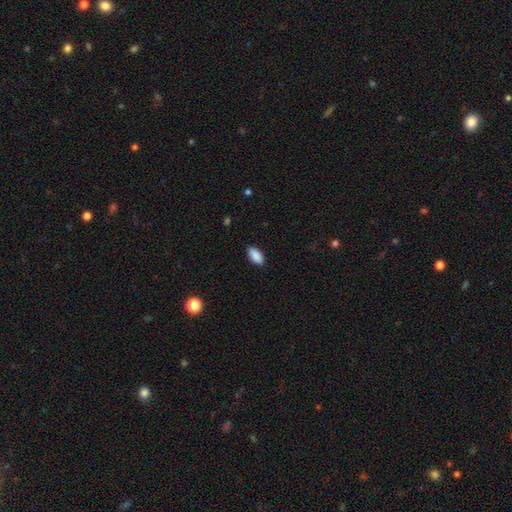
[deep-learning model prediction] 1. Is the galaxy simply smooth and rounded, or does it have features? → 90% smooth, 7% star or artifact, 3% featured or disk.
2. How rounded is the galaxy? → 92% in between, 5% cigar-shaped, 2% round.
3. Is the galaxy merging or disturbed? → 89% none, 8% minor disturbance, 2% major disturbance, 1% merger.